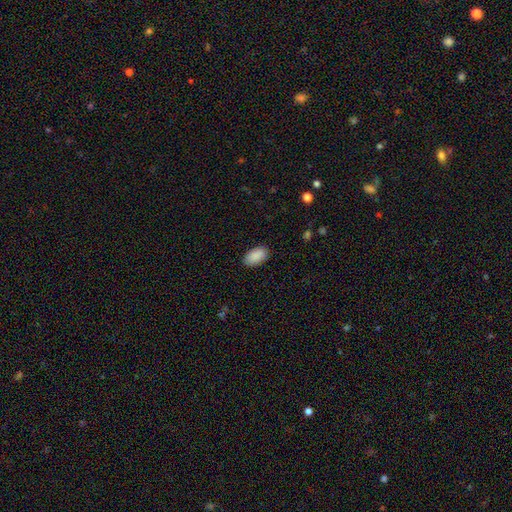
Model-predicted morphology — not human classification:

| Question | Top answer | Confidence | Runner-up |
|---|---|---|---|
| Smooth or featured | smooth | 91% | star or artifact (6%) |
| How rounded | in between | 95% | round (4%) |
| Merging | none | 88% | minor disturbance (9%) |